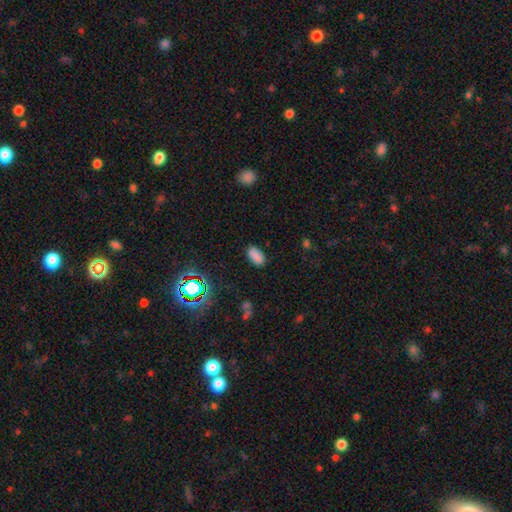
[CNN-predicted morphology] This appears to be a smooth galaxy with no disk features (81%) that is in between round and cigar-shaped (94%). Merging: none (85%).